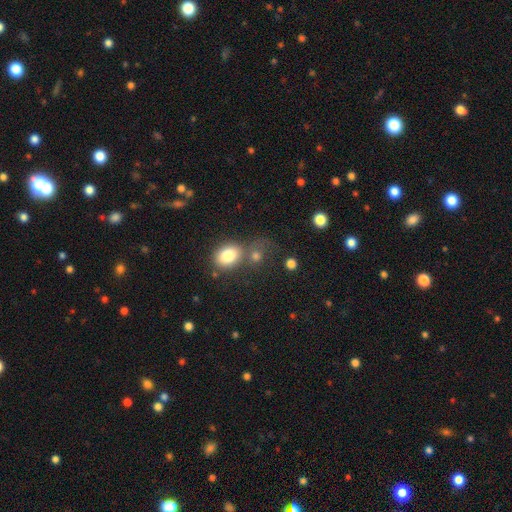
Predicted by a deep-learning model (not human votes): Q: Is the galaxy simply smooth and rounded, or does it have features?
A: smooth — 75%.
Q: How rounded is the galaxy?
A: round — 57%.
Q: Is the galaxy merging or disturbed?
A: none — 44%.